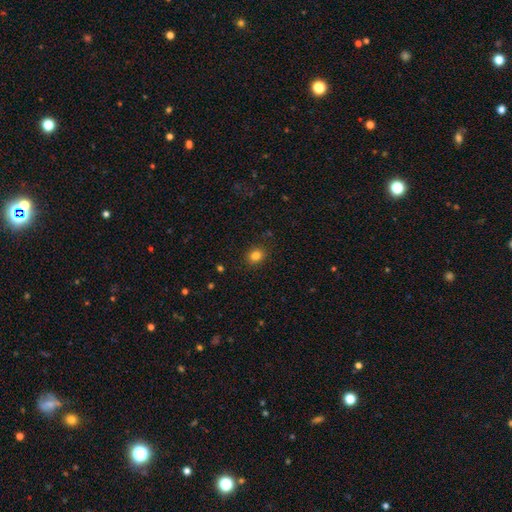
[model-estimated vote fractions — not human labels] Morphology: type=smooth (83%); roundness=round (65%); merging=none (88%).